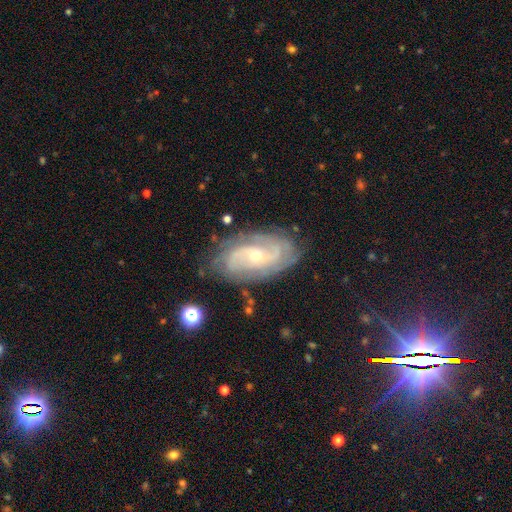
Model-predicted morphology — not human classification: Smooth or featured? Predicted: featured or disk (p=0.86). Edge-on disk? Predicted: no (p=0.95). Bar? Predicted: no (p=0.58). Spiral arms? Predicted: yes (p=0.96). Spiral winding? Predicted: tight (p=0.55). Spiral arm count? Predicted: 2 (p=0.42). Bulge size? Predicted: small (p=0.57). Merging? Predicted: none (p=0.77).